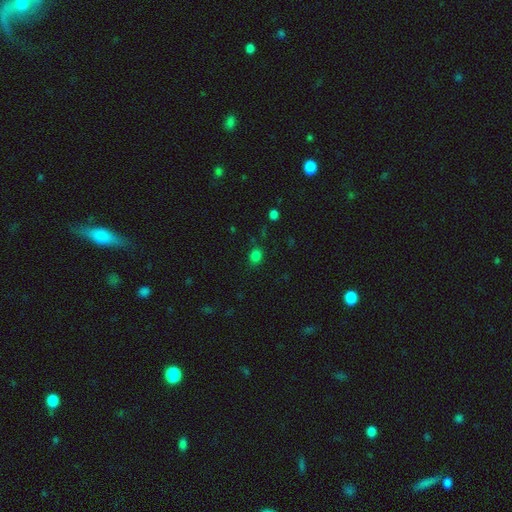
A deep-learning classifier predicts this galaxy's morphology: This appears to be a smooth galaxy with no disk features (80%) that is round (52%). Merging: none (81%).